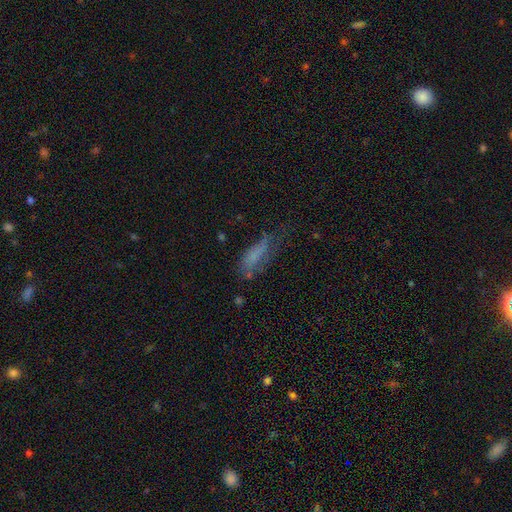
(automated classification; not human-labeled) A smooth galaxy with no disk features (62%) that is in between round and cigar-shaped (51%).

Vote fractions:
- Smooth or featured? smooth: 62% / featured or disk: 25% / star or artifact: 13%
- How rounded? in between: 51% / cigar-shaped: 46% / round: 3%
- Merging? none: 40% / minor disturbance: 30% / major disturbance: 25% / merger: 4%